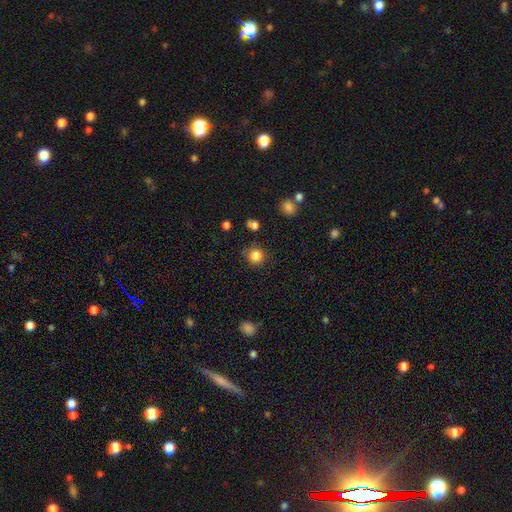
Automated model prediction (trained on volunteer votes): Overall: smooth (84%). How rounded: round (92%). Merging: none (84%).